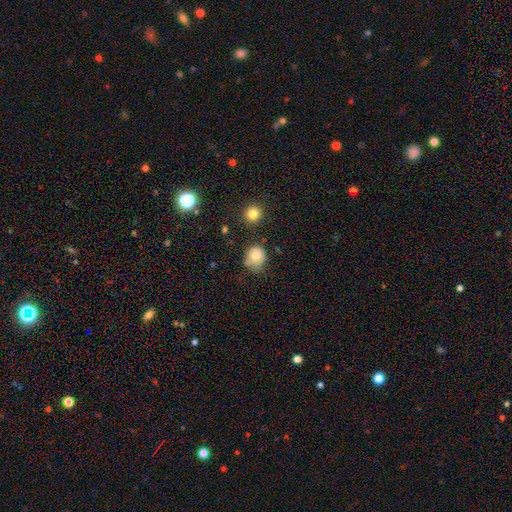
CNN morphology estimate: Overall: smooth (77%). How rounded: round (75%). Merging: none (60%; minor disturbance 27%).